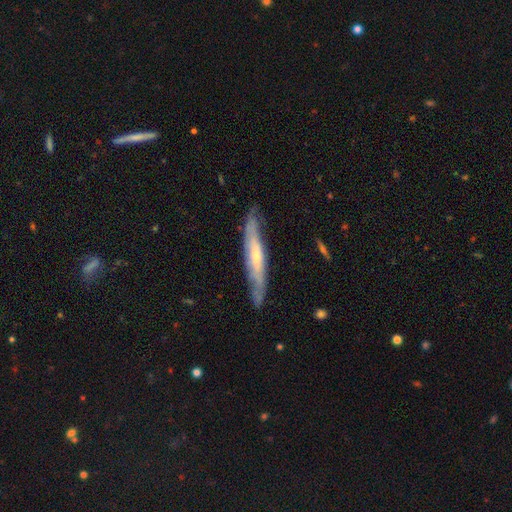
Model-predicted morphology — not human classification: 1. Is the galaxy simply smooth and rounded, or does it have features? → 62% featured or disk, 32% smooth, 5% star or artifact.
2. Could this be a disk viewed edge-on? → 75% yes, 25% no.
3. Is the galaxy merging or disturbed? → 80% none, 15% minor disturbance, 3% major disturbance, 1% merger.